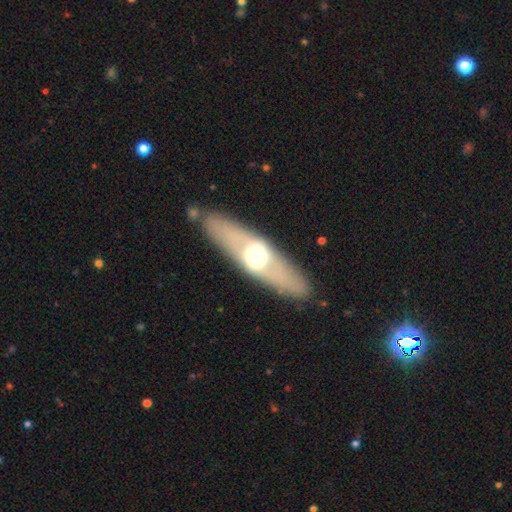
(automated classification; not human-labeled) Morphology: type=featured or disk (51%); edge-on=yes (60%); merging=none (87%).